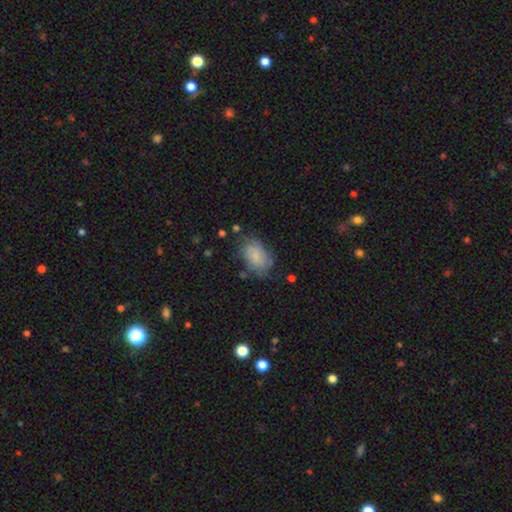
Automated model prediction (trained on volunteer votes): Q: Smooth or featured?
A: smooth (62%); runner-up: featured or disk (29%)
Q: How rounded?
A: in between (85%); runner-up: round (14%)
Q: Merging?
A: none (55%); runner-up: minor disturbance (29%)